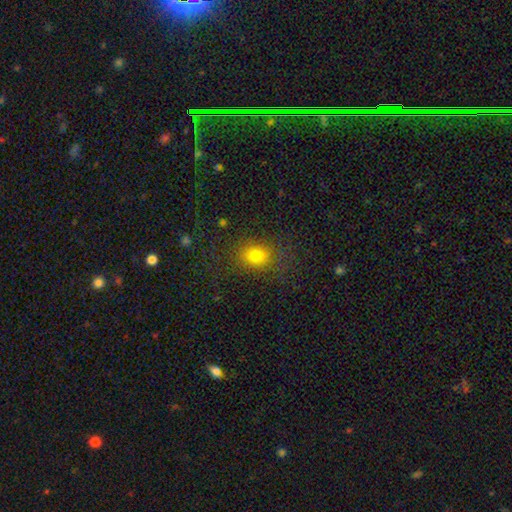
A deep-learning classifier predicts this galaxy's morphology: Smooth or featured: smooth — 76% (star or artifact — 15%)
How rounded: in between — 55% (round — 43%)
Merging: none — 81% (minor disturbance — 11%)